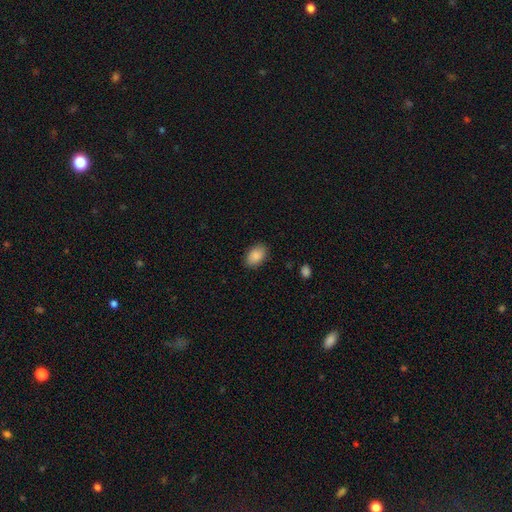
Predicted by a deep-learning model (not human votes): This is clearly a smooth galaxy (88%). How rounded: clearly in between (88%). Merging: clearly none (87%).